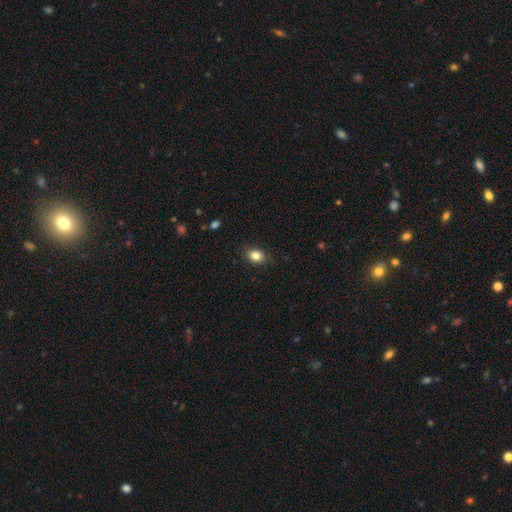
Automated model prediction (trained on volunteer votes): Morphology: type=smooth (84%); roundness=in between (53%); merging=none (84%).